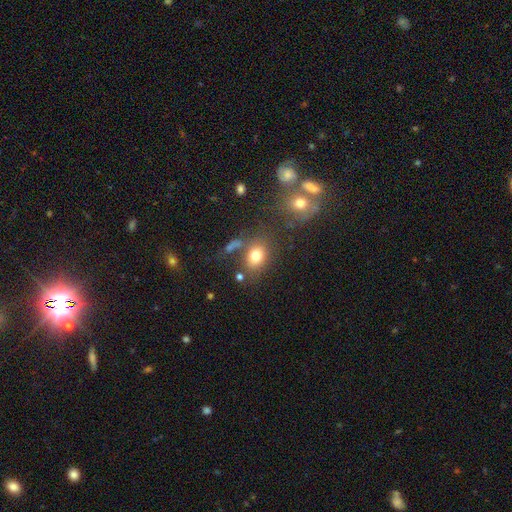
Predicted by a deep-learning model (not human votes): Smooth or featured? Predicted: smooth (p=0.75). How rounded? Predicted: in between (p=0.56). Merging? Predicted: none (p=0.64).